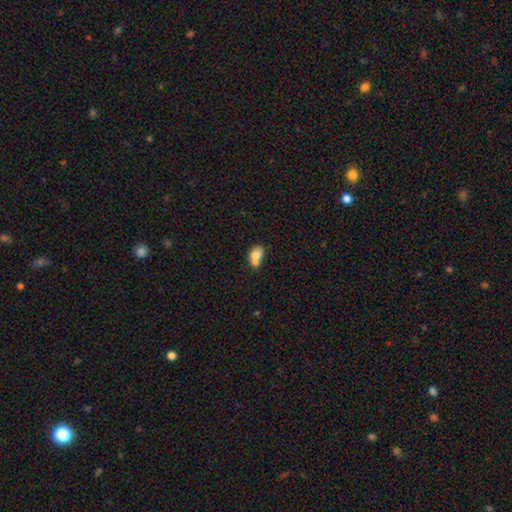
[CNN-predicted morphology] smooth_or_featured: smooth (p=0.74) [alt: featured or disk p=0.17]
how_rounded: in between (p=0.65) [alt: round p=0.33]
merging: merger (p=0.56) [alt: none p=0.28]